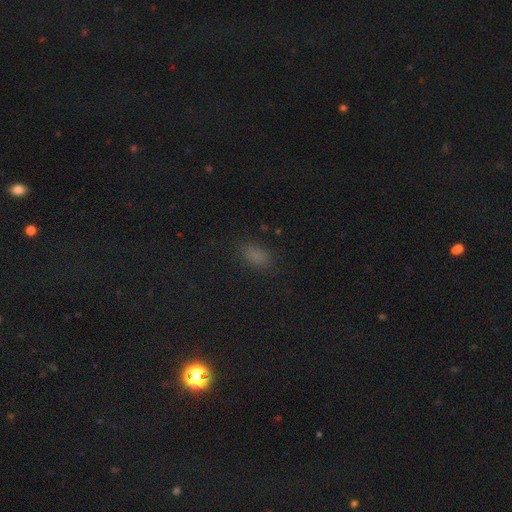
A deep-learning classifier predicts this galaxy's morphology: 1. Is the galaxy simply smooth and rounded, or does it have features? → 76% smooth, 19% star or artifact, 5% featured or disk.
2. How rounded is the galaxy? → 88% in between, 8% round, 4% cigar-shaped.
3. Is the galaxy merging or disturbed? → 81% none, 14% minor disturbance, 4% major disturbance, 1% merger.